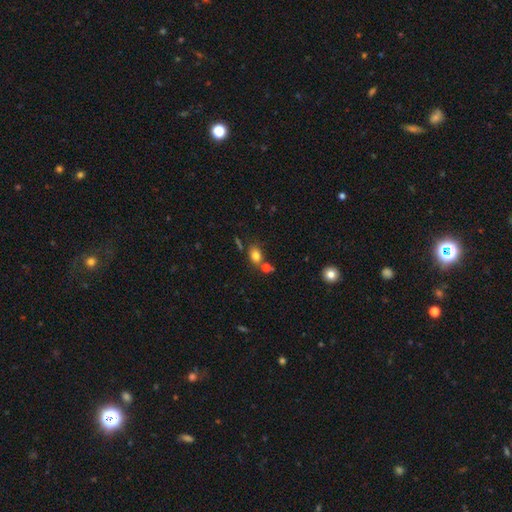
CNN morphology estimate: Overall: smooth (79%). How rounded: in between (68%; round 31%). Merging: none (63%).